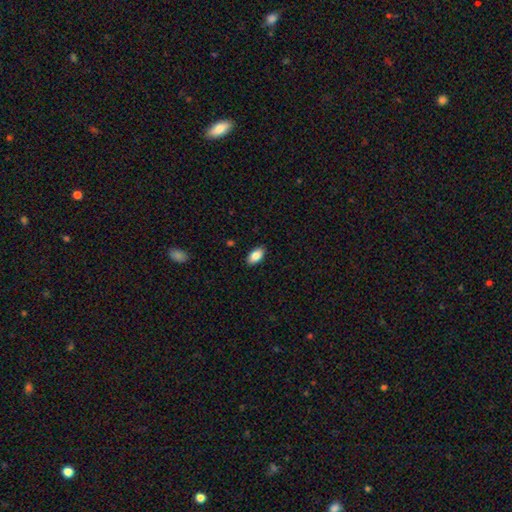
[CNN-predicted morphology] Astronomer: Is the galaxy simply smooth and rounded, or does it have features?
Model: smooth — 86%.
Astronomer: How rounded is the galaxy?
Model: in between — 93%.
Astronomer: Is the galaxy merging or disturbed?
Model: none — 89%.